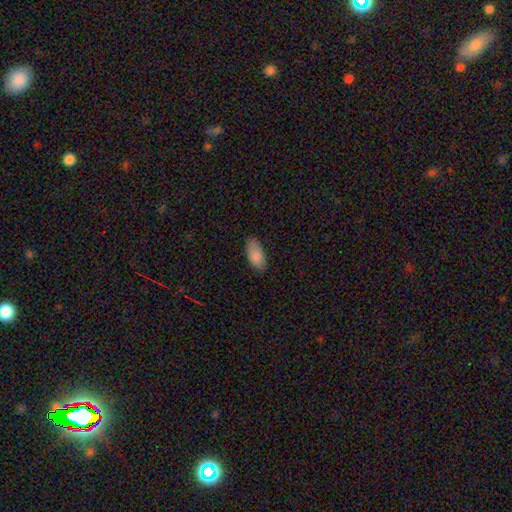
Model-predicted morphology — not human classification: type=smooth (87%); roundness=in between (91%); merging=none (78%).